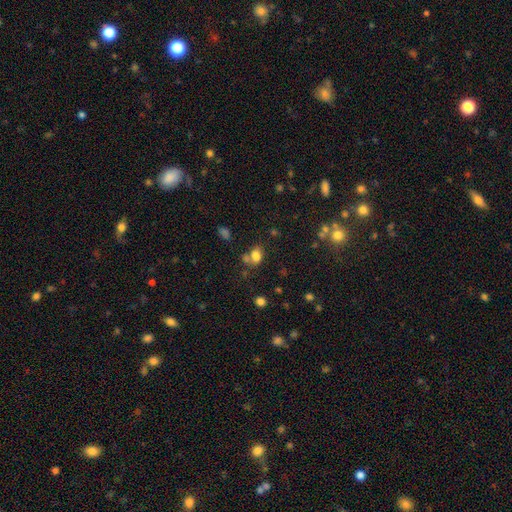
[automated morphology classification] smooth_or_featured: smooth (p=0.76) [alt: star or artifact p=0.15]
how_rounded: in between (p=0.74) [alt: round p=0.25]
merging: none (p=0.45) [alt: merger p=0.31]